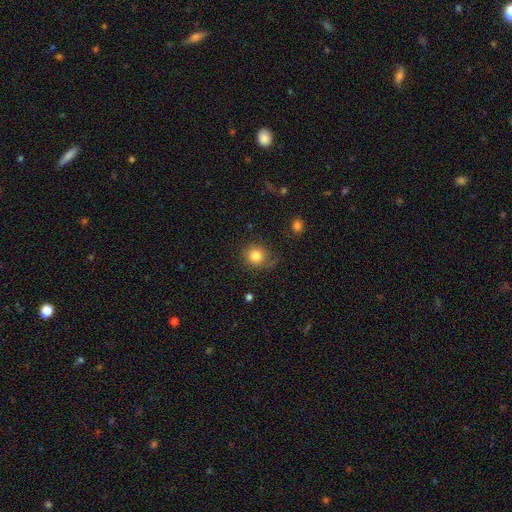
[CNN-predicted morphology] Smooth or featured? smooth (82%)
How rounded? round (88%)
Merging? none (76%)